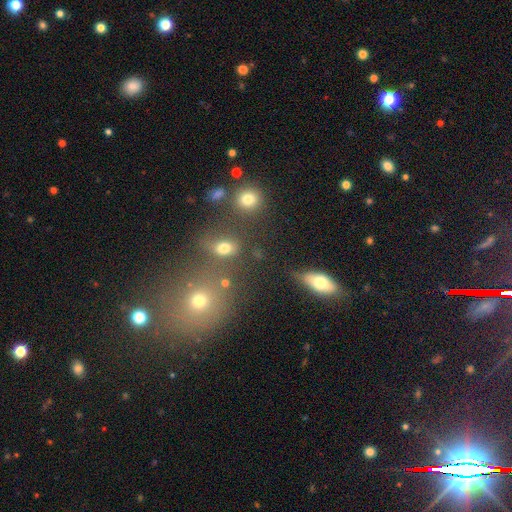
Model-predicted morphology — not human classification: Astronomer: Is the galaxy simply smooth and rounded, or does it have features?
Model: star or artifact — 46% (runner-up: smooth, 41%).